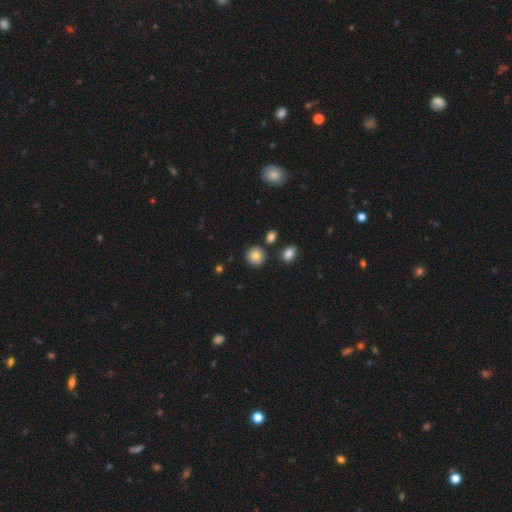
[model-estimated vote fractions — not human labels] smooth 83%, star or artifact 9%, featured or disk 8%. Down the decision tree: how rounded — round (88%); merging — none (85%).